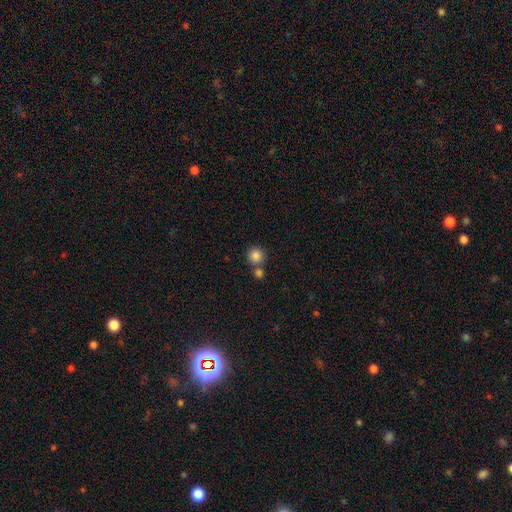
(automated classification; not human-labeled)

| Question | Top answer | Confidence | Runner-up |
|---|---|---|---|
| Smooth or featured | smooth | 84% | star or artifact (11%) |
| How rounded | round | 93% | in between (6%) |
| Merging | none | 68% | merger (24%) |